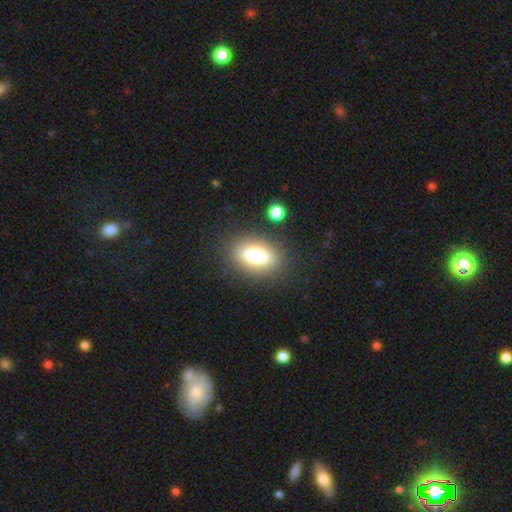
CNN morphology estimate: smooth 72%, featured or disk 18%, star or artifact 10%. Down the decision tree: how rounded — in between (79%); merging — none (85%).